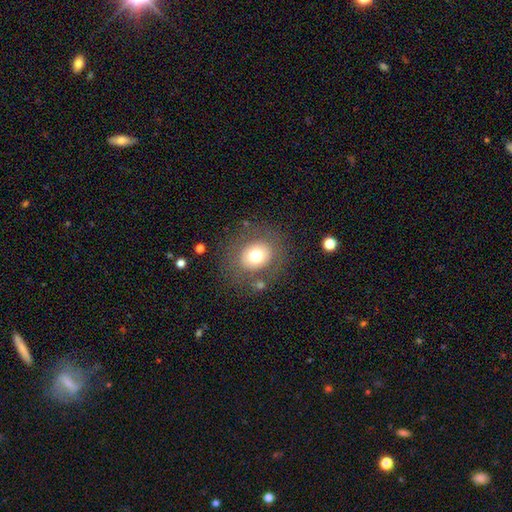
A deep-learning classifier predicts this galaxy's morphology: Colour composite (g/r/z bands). It shows a smooth galaxy with no disk features (70%) that is round (75%). Merging: none (80%).